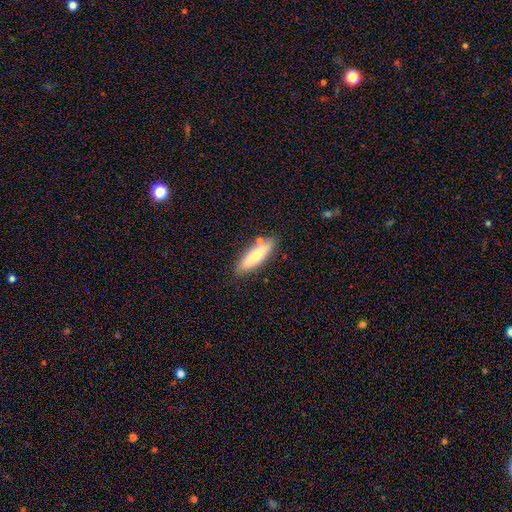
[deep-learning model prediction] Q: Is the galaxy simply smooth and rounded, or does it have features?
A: smooth — 65%.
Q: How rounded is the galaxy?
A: cigar-shaped — 63%.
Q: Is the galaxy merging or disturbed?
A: none — 78%.